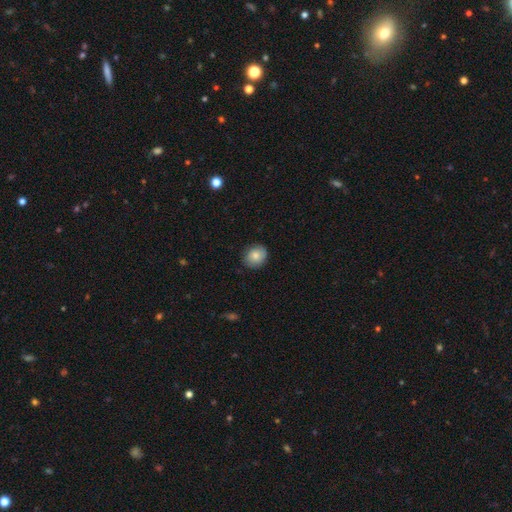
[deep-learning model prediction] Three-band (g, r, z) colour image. It shows a smooth galaxy with no disk features (81%) that is round (71%). Merging: none (83%).